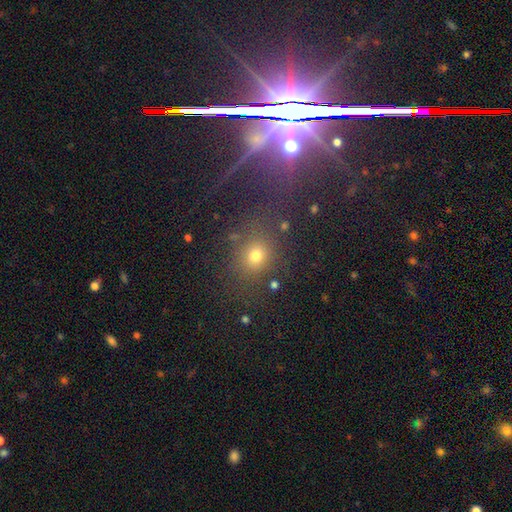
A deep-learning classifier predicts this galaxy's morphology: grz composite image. It shows a smooth galaxy with no disk features (68%) that is round (70%). Merging: none (68%).